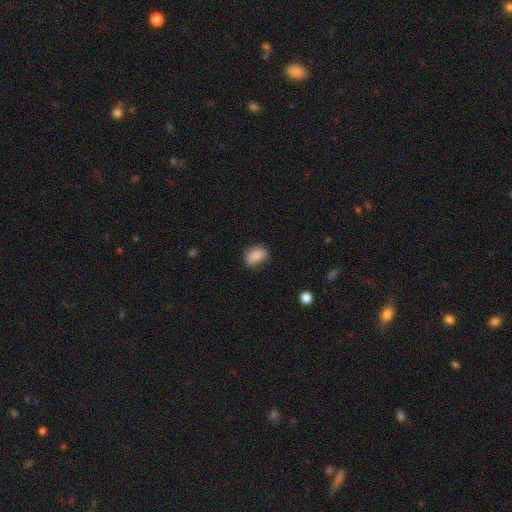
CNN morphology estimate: A smooth galaxy with no disk features (83%) that is in between round and cigar-shaped (85%). Merging: none (69%).